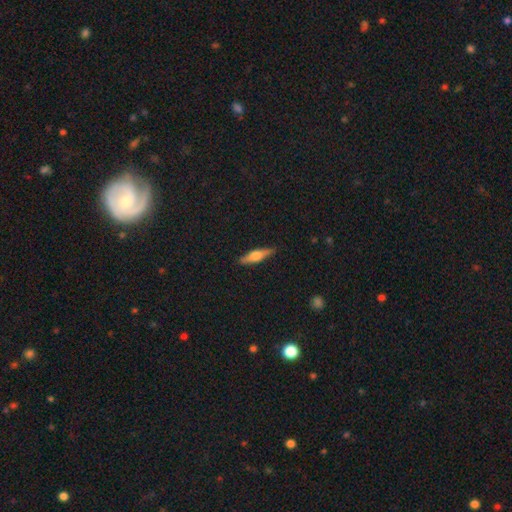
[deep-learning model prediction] The model was most divided on "smooth or featured": featured or disk: 48%, smooth: 46%, star or artifact: 6%. More confident: merging — none (88%).